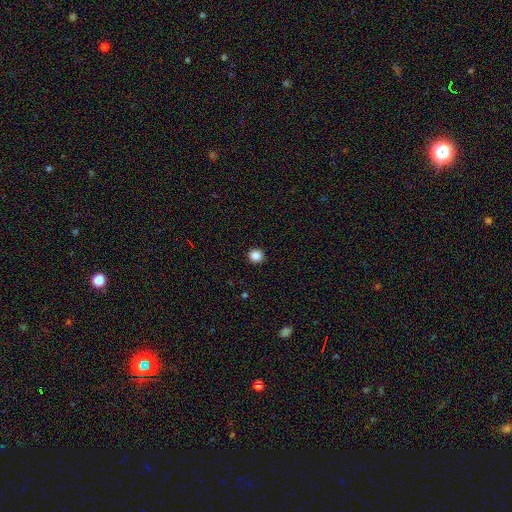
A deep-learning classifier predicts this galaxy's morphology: Smooth or featured?
  - smooth: 87% *
  - star or artifact: 10%
  - featured or disk: 3%
How rounded?
  - round: 93% *
  - in between: 6%
  - cigar-shaped: 1%
Merging?
  - none: 93% *
  - minor disturbance: 4%
  - major disturbance: 2%
  - merger: 1%